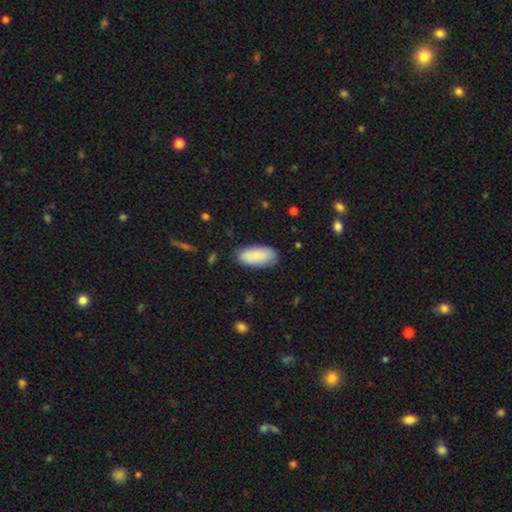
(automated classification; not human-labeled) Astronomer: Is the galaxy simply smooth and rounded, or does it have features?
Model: smooth — 87%.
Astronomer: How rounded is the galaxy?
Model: in between — 91%.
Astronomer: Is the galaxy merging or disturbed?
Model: none — 83%.